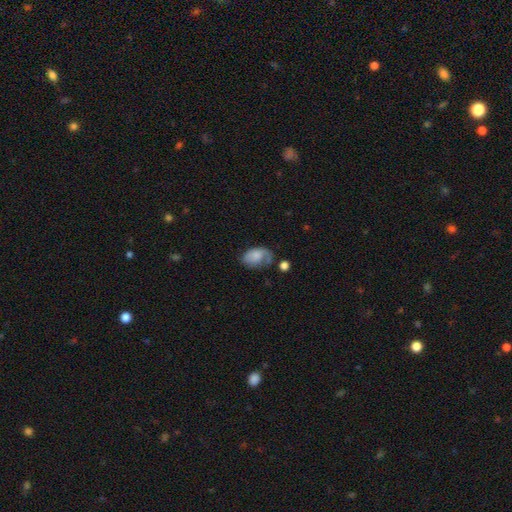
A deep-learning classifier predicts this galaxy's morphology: A smooth galaxy with no disk features (60%) that is in between round and cigar-shaped (87%). Merging: none (39%).